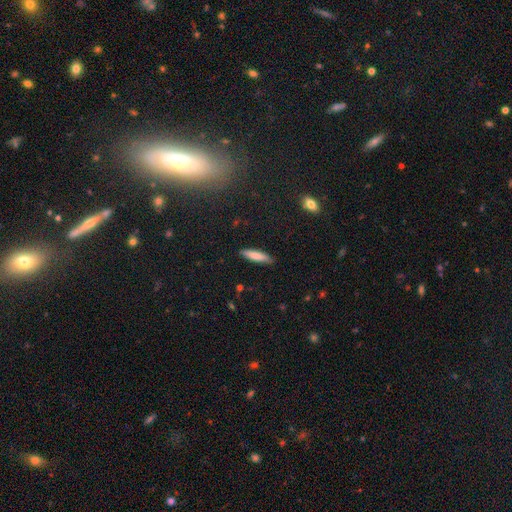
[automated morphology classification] The model was most divided on "how rounded": cigar-shaped: 81%, in between: 18%, round: 1%. More confident: merging — none (87%); smooth or featured — smooth (80%).